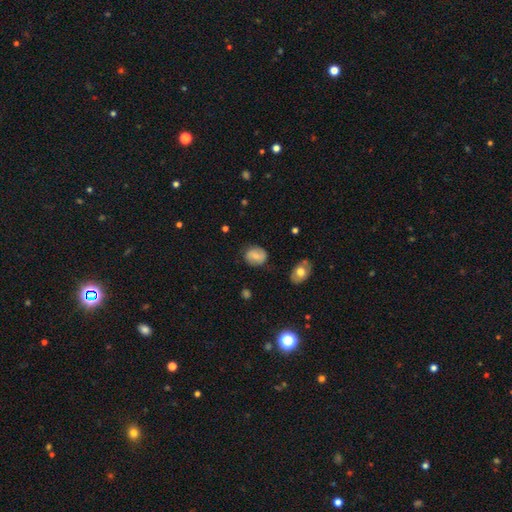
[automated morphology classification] Overall: smooth (66%). How rounded: round (62%; in between 37%). Merging: none (79%).